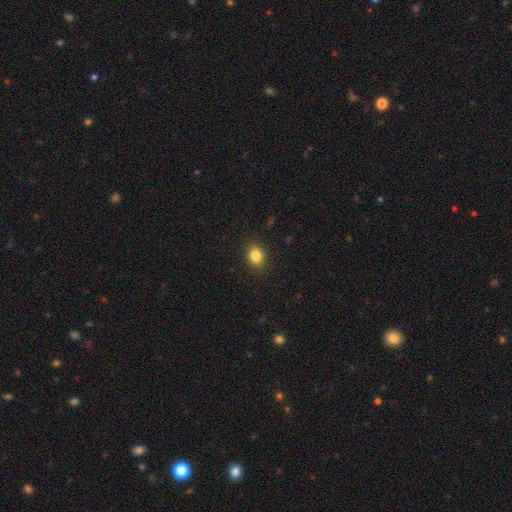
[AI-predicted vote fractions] The model was most divided on "how rounded": in between: 65%, round: 34%, cigar-shaped: 1%. More confident: merging — none (88%); smooth or featured — smooth (84%).